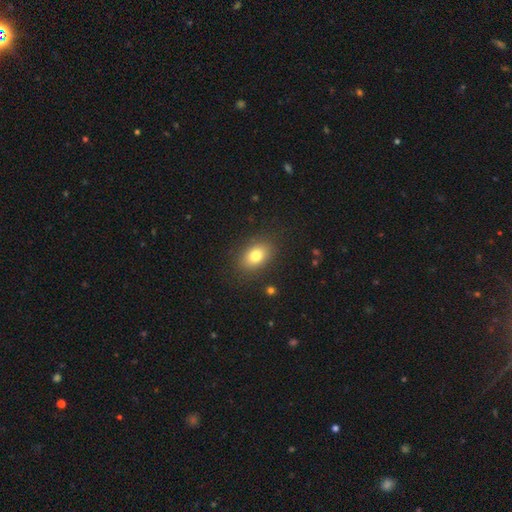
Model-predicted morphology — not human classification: Smooth or featured?
  - smooth: 80% *
  - featured or disk: 11%
  - star or artifact: 10%
How rounded?
  - in between: 79% *
  - round: 19%
  - cigar-shaped: 2%
Merging?
  - none: 86% *
  - minor disturbance: 10%
  - major disturbance: 3%
  - merger: 1%